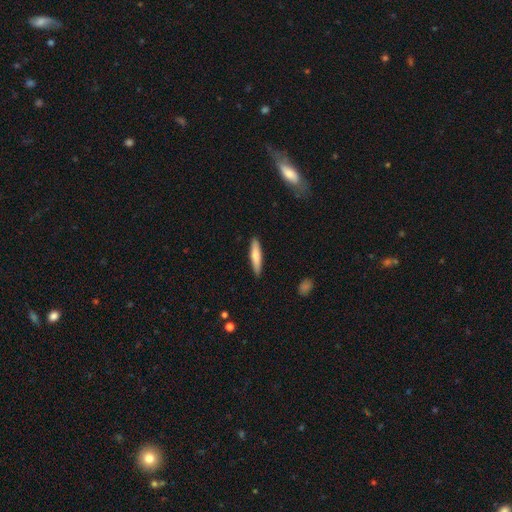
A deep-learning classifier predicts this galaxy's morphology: Smooth or featured?
  - smooth: 74% *
  - featured or disk: 21%
  - star or artifact: 5%
How rounded?
  - cigar-shaped: 83% *
  - in between: 15%
  - round: 1%
Merging?
  - none: 89% *
  - minor disturbance: 8%
  - major disturbance: 2%
  - merger: 1%